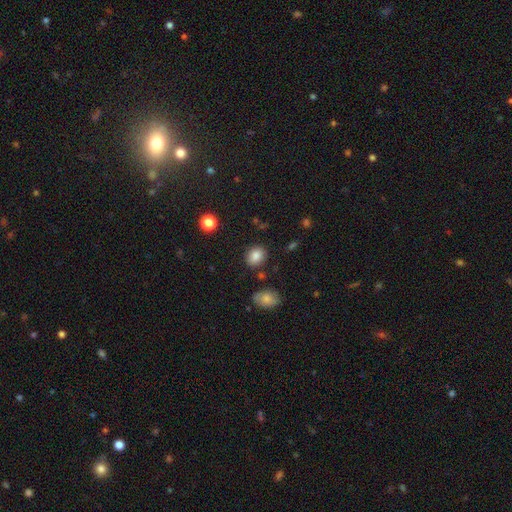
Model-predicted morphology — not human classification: Q: Smooth or featured?
A: smooth (84%); runner-up: star or artifact (10%)
Q: How rounded?
A: round (55%); runner-up: in between (44%)
Q: Merging?
A: none (85%); runner-up: minor disturbance (9%)